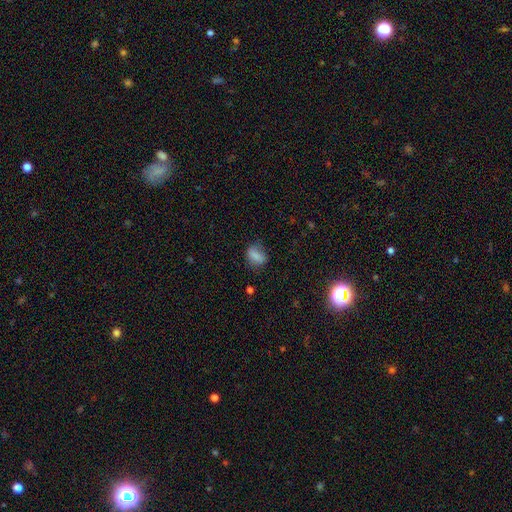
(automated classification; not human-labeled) A smooth galaxy with no disk features (81%) that is in between round and cigar-shaped (65%).

Vote fractions:
- Smooth or featured? smooth: 81% / star or artifact: 10% / featured or disk: 9%
- How rounded? in between: 65% / round: 33% / cigar-shaped: 2%
- Merging? none: 63% / minor disturbance: 25% / major disturbance: 9% / merger: 2%